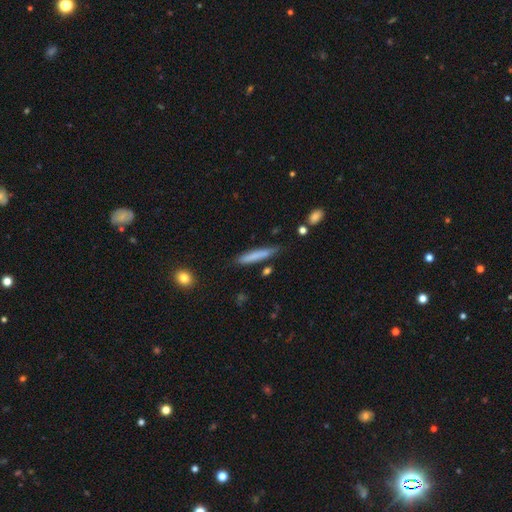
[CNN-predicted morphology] The model was most divided on "smooth or featured": smooth: 76%, featured or disk: 18%, star or artifact: 6%. More confident: how rounded — cigar-shaped (93%); merging — none (80%).